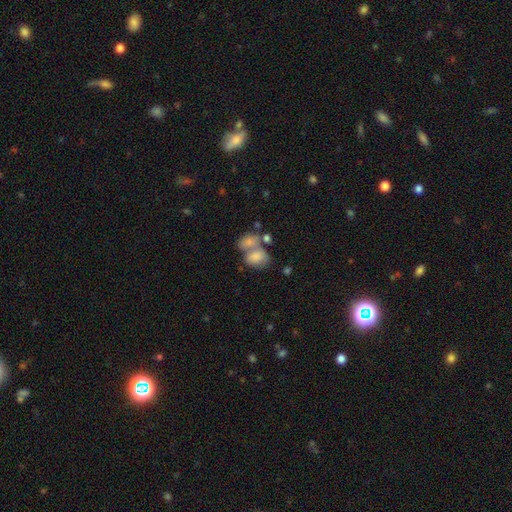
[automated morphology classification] Smooth or featured: smooth — 74% (featured or disk — 17%)
How rounded: in between — 78% (round — 20%)
Merging: merger — 57% (none — 24%)